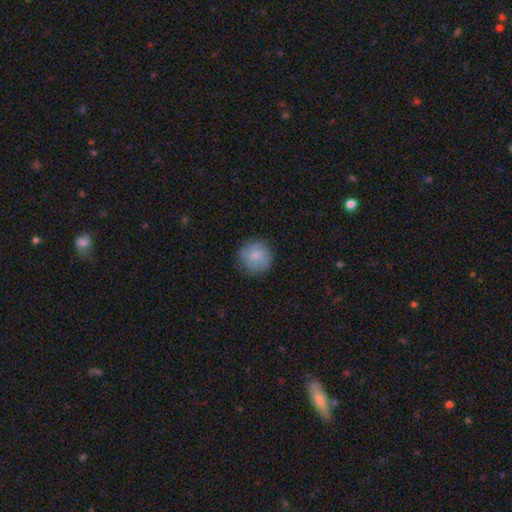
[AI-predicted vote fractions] Overall: smooth (80%). How rounded: round (94%). Merging: none (82%).